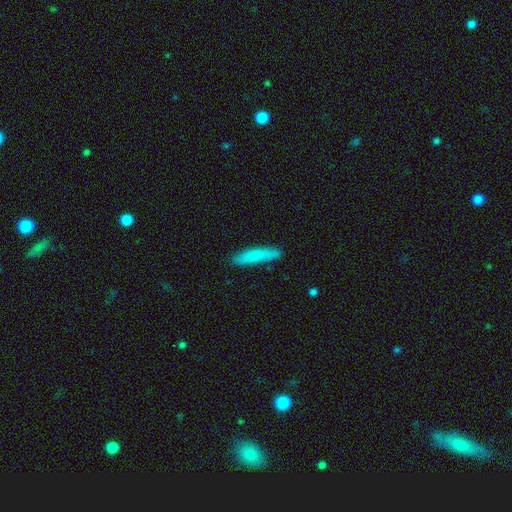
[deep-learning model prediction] Overall: smooth (79%). How rounded: cigar-shaped (85%). Merging: none (83%).